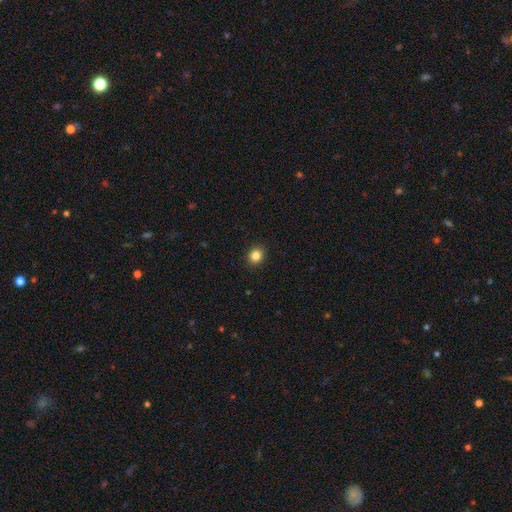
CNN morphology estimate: This appears to be a smooth galaxy with no disk features (85%) that is round (79%). Merging: none (91%).